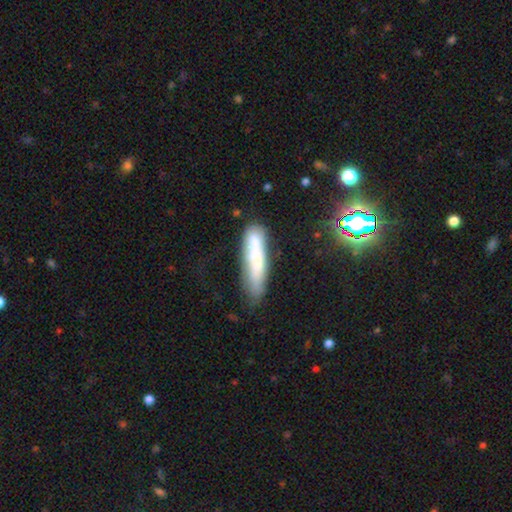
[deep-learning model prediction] Smooth or featured?
  - smooth: 66% *
  - featured or disk: 24%
  - star or artifact: 10%
How rounded?
  - cigar-shaped: 83% *
  - in between: 16%
  - round: 2%
Merging?
  - none: 61% *
  - minor disturbance: 24%
  - major disturbance: 7%
  - merger: 7%